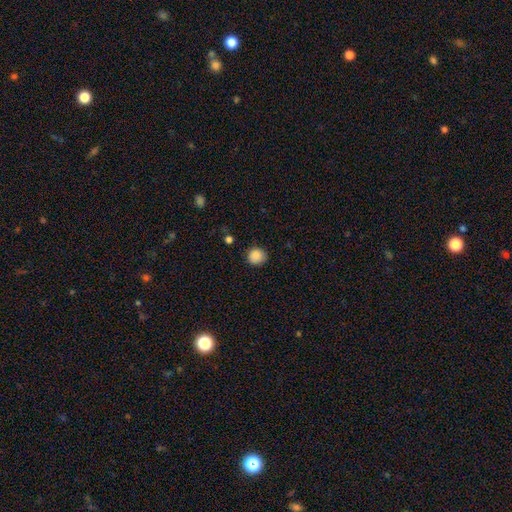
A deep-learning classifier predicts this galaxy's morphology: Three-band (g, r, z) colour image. It shows a smooth galaxy with no disk features (88%) that is round (90%). Merging: none (86%).